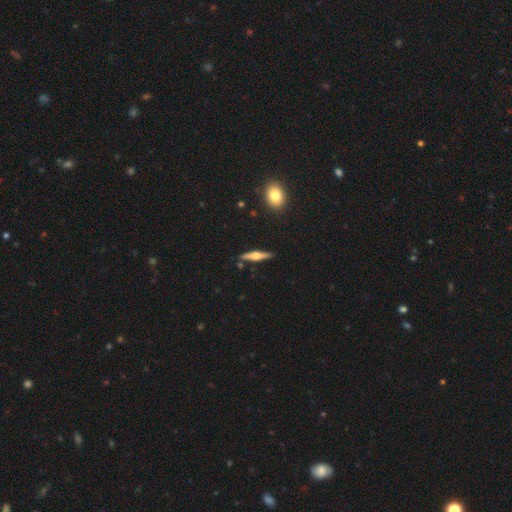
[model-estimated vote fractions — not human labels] Overall: featured or disk (68%). Edge-on disk: yes (97%). Edge-on bulge: rounded (87%). Merging: none (88%).